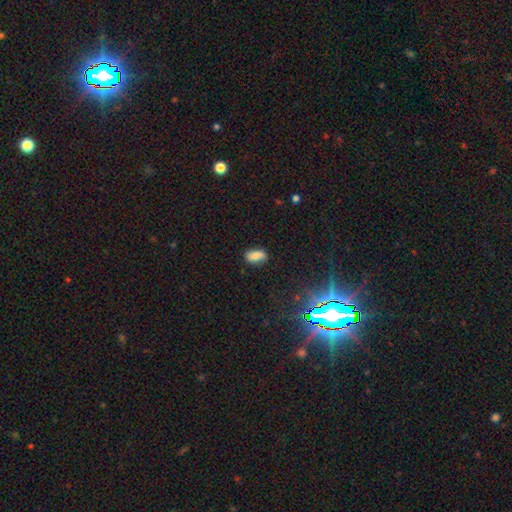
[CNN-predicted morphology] This is likely a smooth galaxy (72%). How rounded: clearly in between (90%). Merging: likely none (74%).